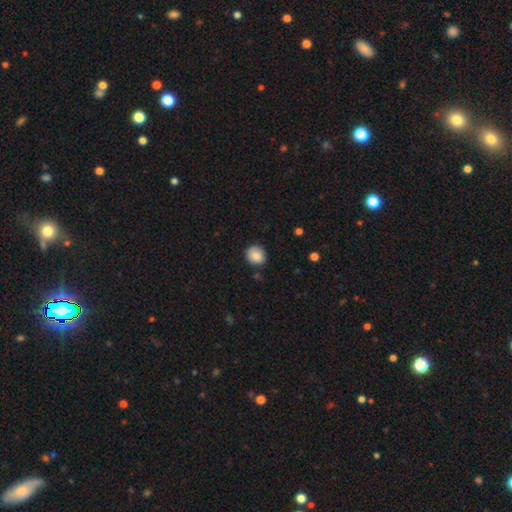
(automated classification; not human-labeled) smooth-or-featured: smooth: 85% | star or artifact: 8% | featured or disk: 7%
  how-rounded: round: 79% | in between: 21% | cigar-shaped: 1%
  merging: none: 83% | minor disturbance: 13% | major disturbance: 3% | merger: 2%